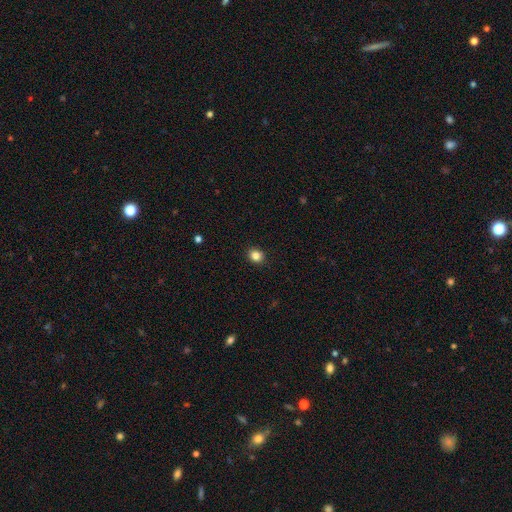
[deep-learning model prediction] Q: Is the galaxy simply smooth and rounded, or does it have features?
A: smooth — 84%.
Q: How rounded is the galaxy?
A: round — 75%.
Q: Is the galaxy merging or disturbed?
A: none — 92%.